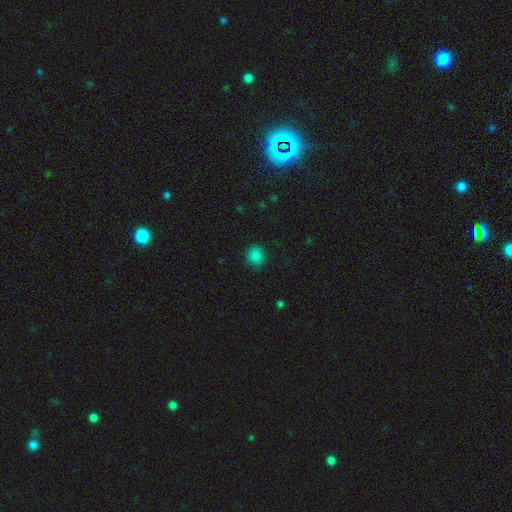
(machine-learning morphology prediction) Overall: smooth (85%). How rounded: round (78%). Merging: none (88%).